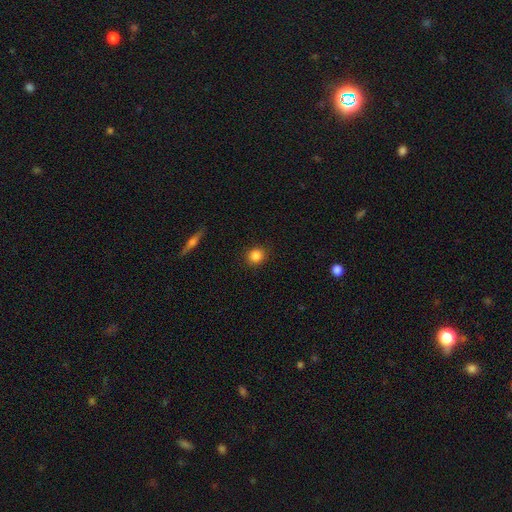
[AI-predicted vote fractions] A smooth galaxy with no disk features (86%) that is round (87%). Merging: none (90%).